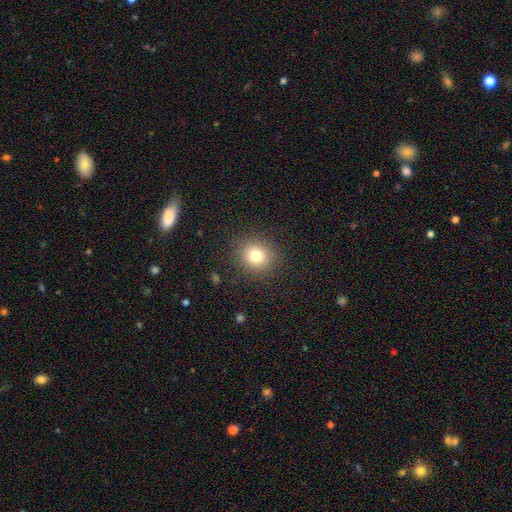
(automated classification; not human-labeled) Overall: smooth (78%). How rounded: round (87%). Merging: none (89%).